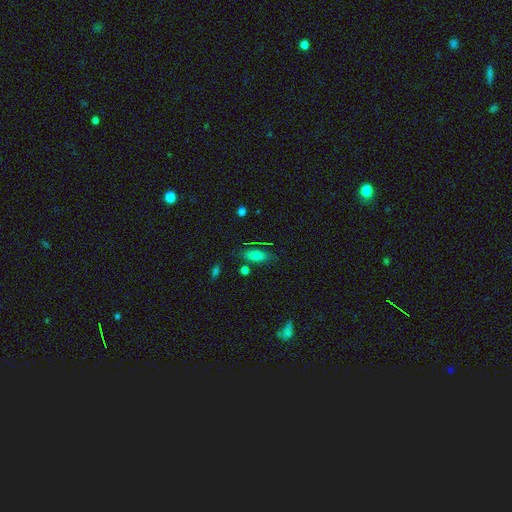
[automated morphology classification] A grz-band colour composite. It shows a smooth galaxy with no disk features (77%) that is in between round and cigar-shaped (81%). Merging: none (71%).